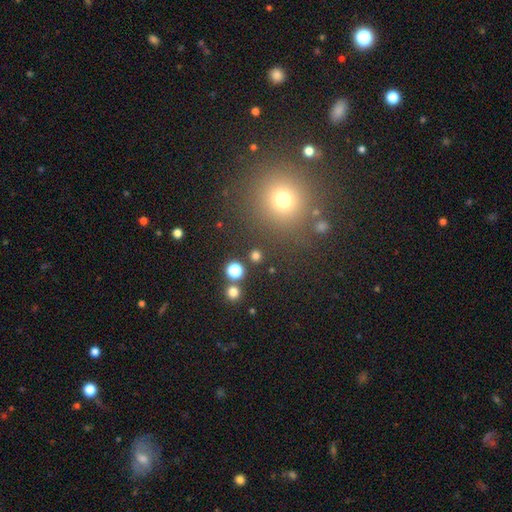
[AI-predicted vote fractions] This appears to be a smooth galaxy with no disk features (75%) that is round (91%). Merging: none (87%).